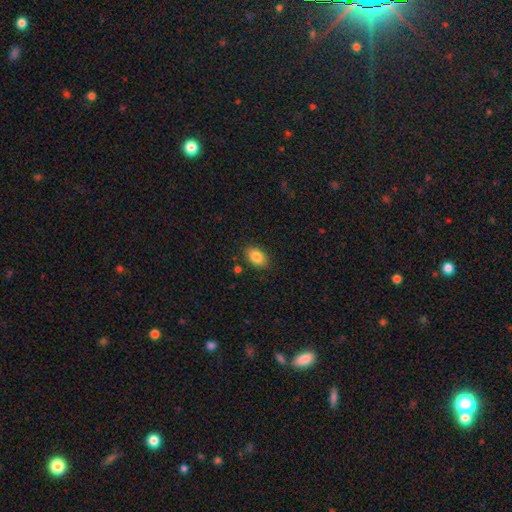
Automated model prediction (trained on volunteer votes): Overall: smooth (85%). How rounded: in between (86%). Merging: none (85%).